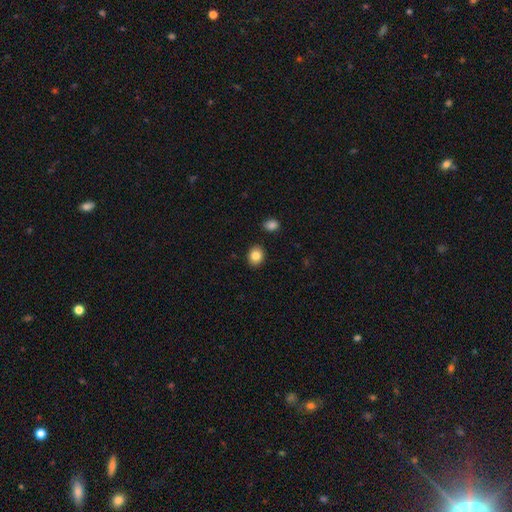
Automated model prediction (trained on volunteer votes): This appears to be a smooth galaxy with no disk features (84%) that is round (57%). Merging: none (89%).